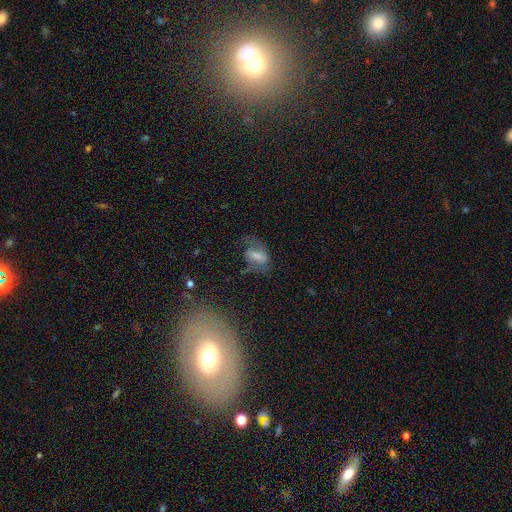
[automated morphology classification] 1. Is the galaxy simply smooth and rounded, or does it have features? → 43% featured or disk (tied), 43% smooth (tied), 14% star or artifact.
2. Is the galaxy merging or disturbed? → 49% none, 24% minor disturbance, 24% major disturbance, 4% merger.